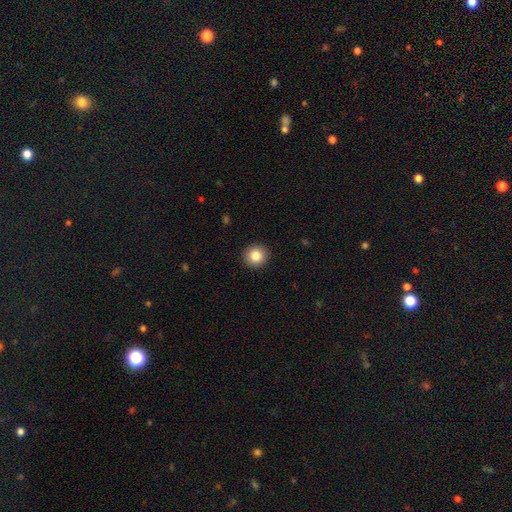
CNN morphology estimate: Smooth or featured?
  - smooth: 84% *
  - star or artifact: 9%
  - featured or disk: 6%
How rounded?
  - round: 92% *
  - in between: 7%
  - cigar-shaped: 1%
Merging?
  - none: 93% *
  - minor disturbance: 5%
  - major disturbance: 2%
  - merger: 1%